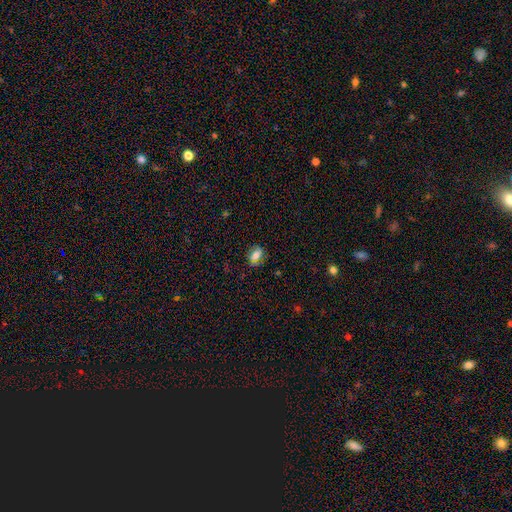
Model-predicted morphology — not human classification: smooth 65%, featured or disk 22%, star or artifact 14%. Down the decision tree: how rounded — in between (74%); merging — none (80%).